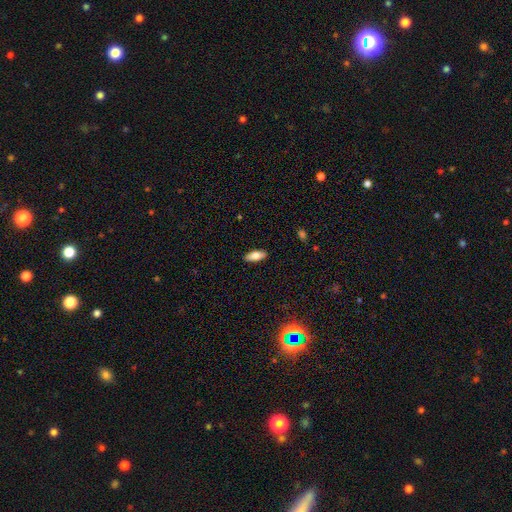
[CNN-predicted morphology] smooth-or-featured: smooth: 73% | featured or disk: 20% | star or artifact: 7%
  how-rounded: in between: 80% | cigar-shaped: 18% | round: 2%
  merging: none: 89% | minor disturbance: 8% | major disturbance: 2% | merger: 1%